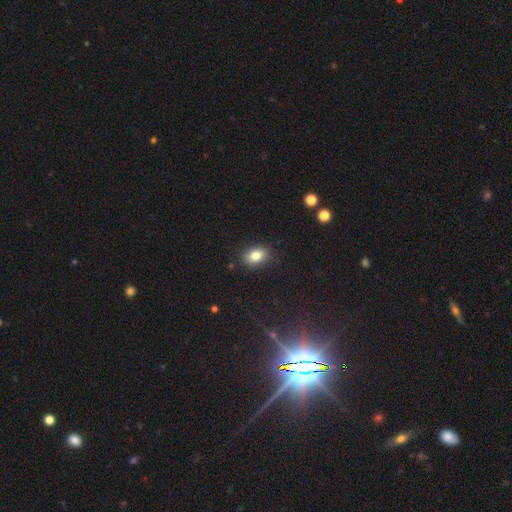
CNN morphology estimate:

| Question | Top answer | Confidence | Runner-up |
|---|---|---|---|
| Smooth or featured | smooth | 81% | star or artifact (10%) |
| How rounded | in between | 79% | round (20%) |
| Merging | none | 87% | minor disturbance (10%) |